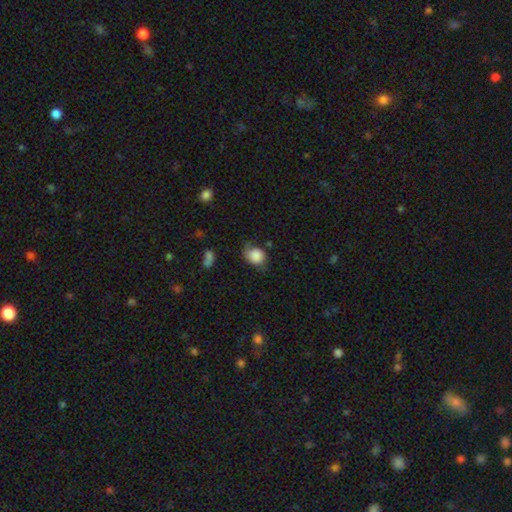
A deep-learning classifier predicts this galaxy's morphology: A smooth galaxy with no disk features (86%) that is round (59%).

Vote fractions:
- Smooth or featured? smooth: 86% / star or artifact: 8% / featured or disk: 6%
- How rounded? round: 59% / in between: 40% / cigar-shaped: 1%
- Merging? none: 54% / minor disturbance: 32% / major disturbance: 11% / merger: 3%